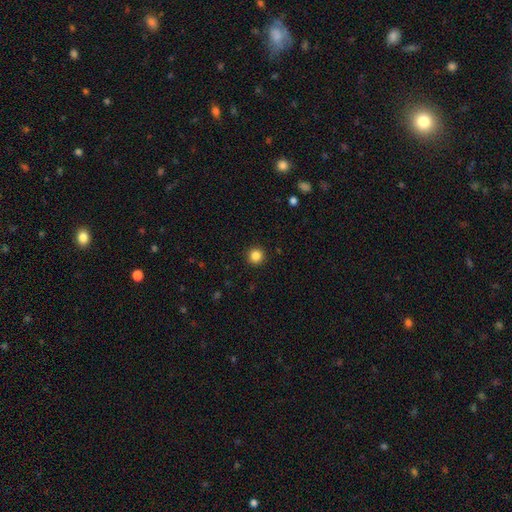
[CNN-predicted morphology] Smooth or featured?
  - smooth: 85% *
  - star or artifact: 11%
  - featured or disk: 4%
How rounded?
  - round: 95% *
  - in between: 4%
  - cigar-shaped: 1%
Merging?
  - none: 93% *
  - minor disturbance: 4%
  - major disturbance: 2%
  - merger: 1%